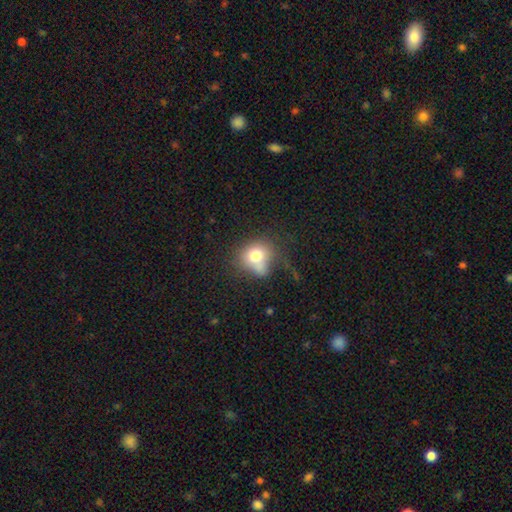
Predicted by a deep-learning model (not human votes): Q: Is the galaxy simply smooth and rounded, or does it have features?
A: smooth — 74%.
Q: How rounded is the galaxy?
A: round — 66%.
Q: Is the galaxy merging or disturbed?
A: none — 45%.